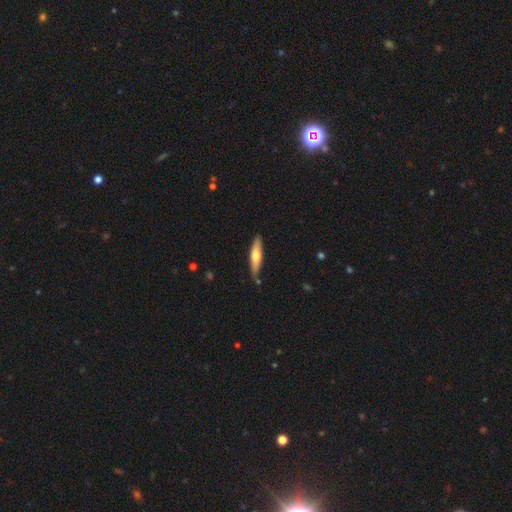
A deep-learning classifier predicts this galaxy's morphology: Q: Smooth or featured?
A: smooth (55%); runner-up: featured or disk (40%)
Q: How rounded?
A: cigar-shaped (78%); runner-up: in between (21%)
Q: Merging?
A: none (82%); runner-up: minor disturbance (13%)